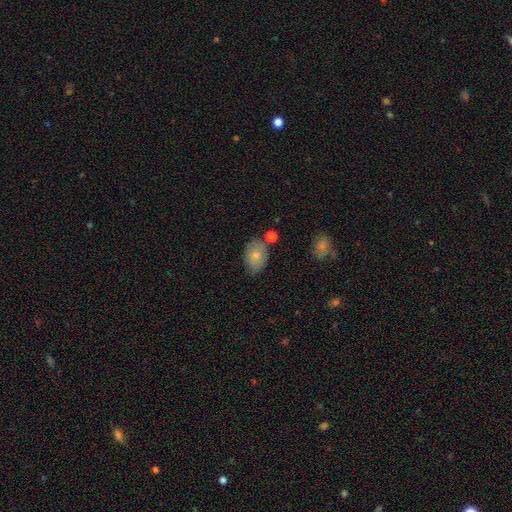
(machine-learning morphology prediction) This is likely a smooth galaxy (75%). How rounded: likely in between (77%). Merging: likely none (64%).